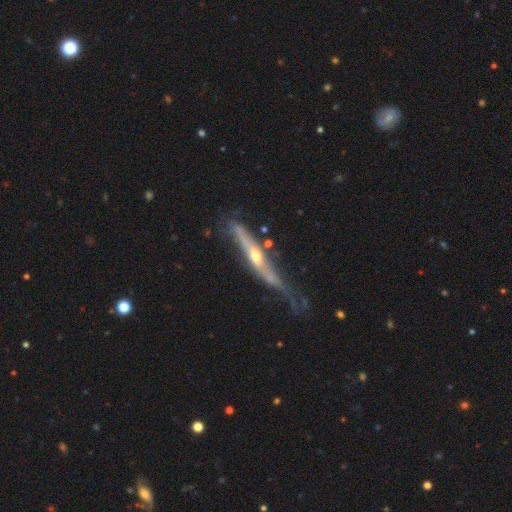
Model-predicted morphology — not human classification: Q: Smooth or featured?
A: featured or disk (74%); runner-up: smooth (20%)
Q: Edge-on disk?
A: yes (84%); runner-up: no (16%)
Q: Edge-on bulge?
A: rounded (80%); runner-up: none (15%)
Q: Merging?
A: none (41%); runner-up: minor disturbance (32%)